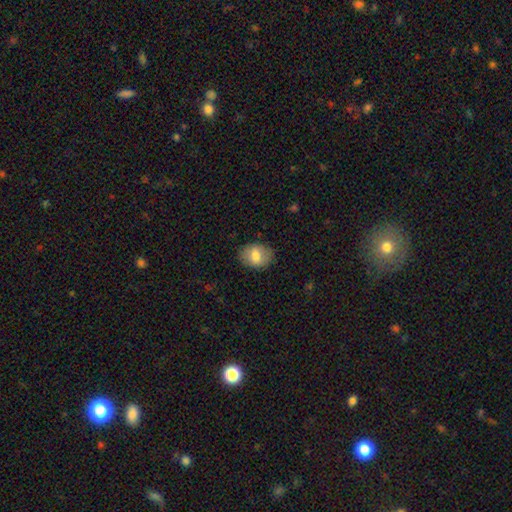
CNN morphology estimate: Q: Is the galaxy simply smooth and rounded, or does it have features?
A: smooth — 73%.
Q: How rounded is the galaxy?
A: in between — 64%.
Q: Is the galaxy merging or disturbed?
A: none — 83%.